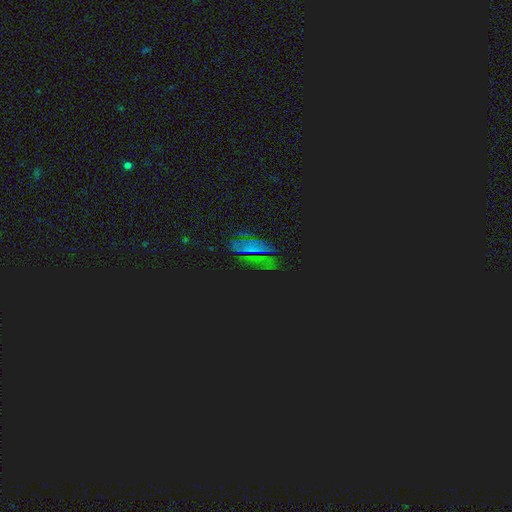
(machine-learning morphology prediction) Smooth or featured? star or artifact (63%)